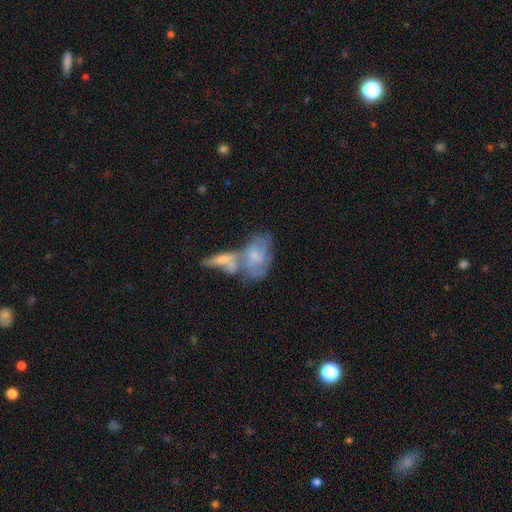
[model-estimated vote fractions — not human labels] Q: Smooth or featured?
A: featured or disk (62%); runner-up: smooth (30%)
Q: Edge-on disk?
A: no (92%); runner-up: yes (8%)
Q: Bar?
A: no (64%); runner-up: weak (31%)
Q: Spiral arms?
A: yes (73%); runner-up: no (27%)
Q: Bulge size?
A: small (47%); runner-up: moderate (37%)
Q: Merging?
A: merger (57%); runner-up: none (23%)